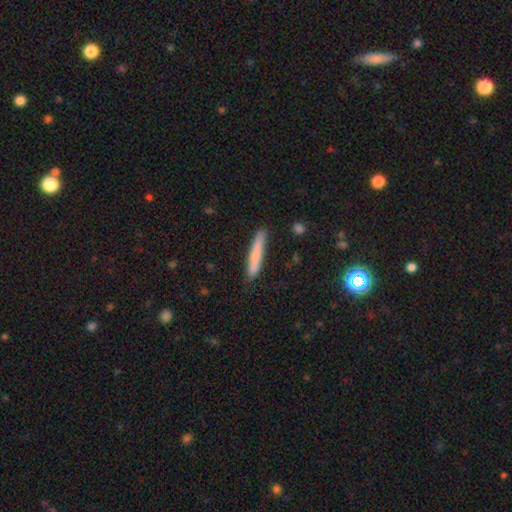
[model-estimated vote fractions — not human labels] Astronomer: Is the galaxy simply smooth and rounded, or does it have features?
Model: smooth — 76%.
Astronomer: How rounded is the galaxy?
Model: cigar-shaped — 94%.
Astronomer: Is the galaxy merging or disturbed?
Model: none — 85%.